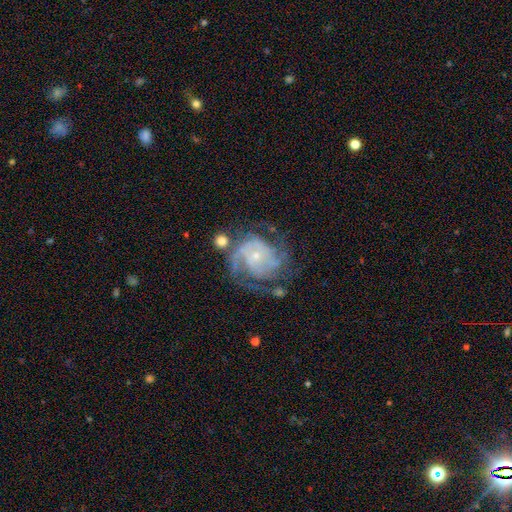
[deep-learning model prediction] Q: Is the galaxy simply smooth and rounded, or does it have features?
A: featured or disk — 87%.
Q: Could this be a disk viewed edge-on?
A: no — 98%.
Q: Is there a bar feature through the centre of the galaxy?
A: no — 71%.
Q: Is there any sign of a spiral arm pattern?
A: yes — 95%.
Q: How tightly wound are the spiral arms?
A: tight — 55%.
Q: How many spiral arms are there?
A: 3 — 28%.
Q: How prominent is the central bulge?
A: small — 79%.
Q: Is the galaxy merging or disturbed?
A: none — 57%.